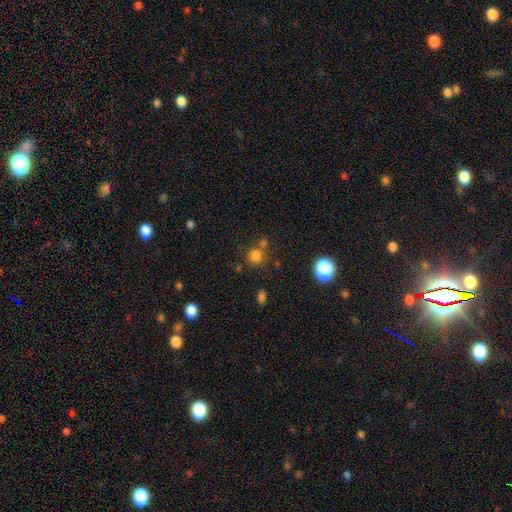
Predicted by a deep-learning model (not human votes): Smooth or featured?
  - smooth: 76% *
  - star or artifact: 17%
  - featured or disk: 7%
How rounded?
  - round: 89% *
  - in between: 10%
  - cigar-shaped: 1%
Merging?
  - none: 65% *
  - merger: 21%
  - minor disturbance: 10%
  - major disturbance: 4%